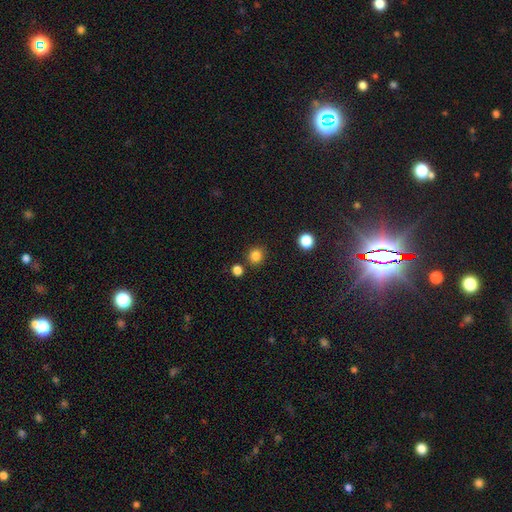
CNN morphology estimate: Overall: smooth (83%). How rounded: round (89%). Merging: none (86%).